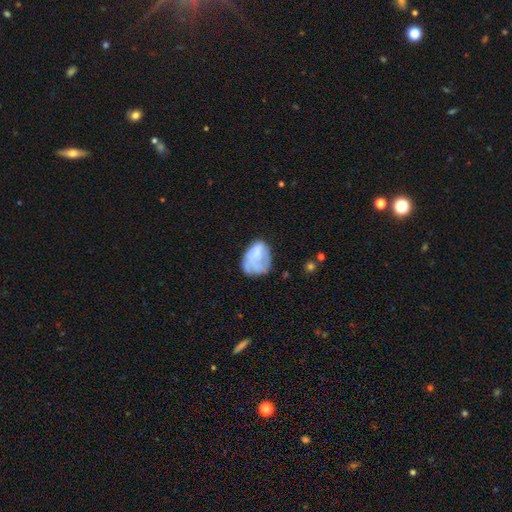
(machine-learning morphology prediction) Smooth or featured? Predicted: smooth (p=0.55). How rounded? Predicted: in between (p=0.67). Merging? Predicted: none (p=0.44).